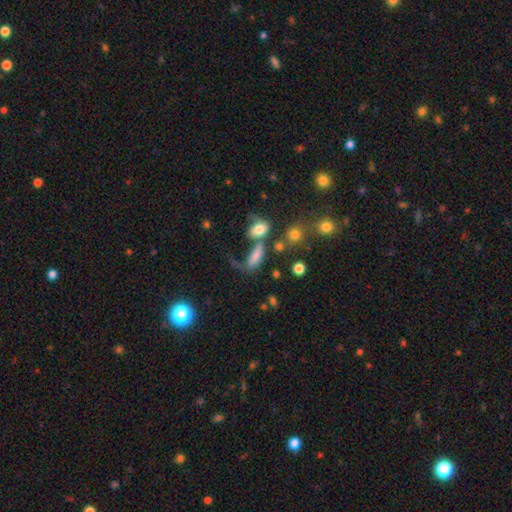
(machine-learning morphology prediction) A smooth galaxy with no disk features (71%) that is in between round and cigar-shaped (67%).

Vote fractions:
- Smooth or featured? smooth: 71% / featured or disk: 17% / star or artifact: 12%
- How rounded? in between: 67% / cigar-shaped: 25% / round: 8%
- Merging? none: 35% / merger: 29% / major disturbance: 19% / minor disturbance: 16%